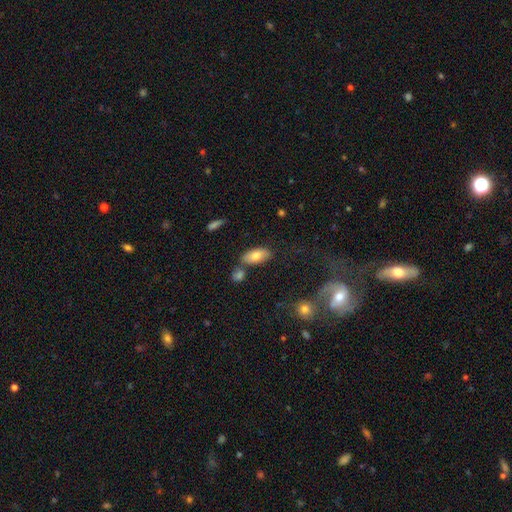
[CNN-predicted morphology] Smooth or featured? Predicted: smooth (p=0.76). How rounded? Predicted: in between (p=0.91). Merging? Predicted: none (p=0.70).